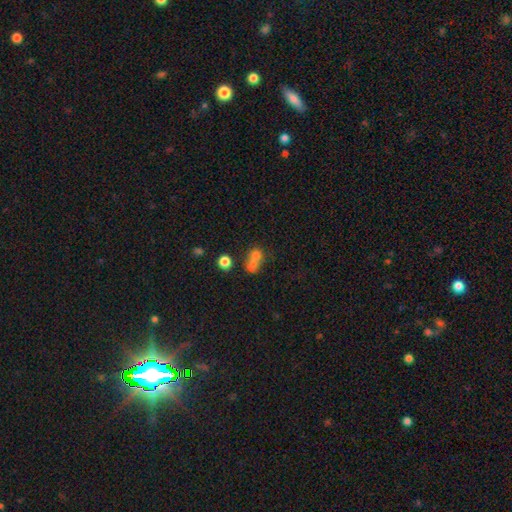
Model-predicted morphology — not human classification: The model was most divided on "merging": merger: 61%, none: 27%, minor disturbance: 7%, major disturbance: 5%. More confident: how rounded — round (68%); smooth or featured — smooth (68%).